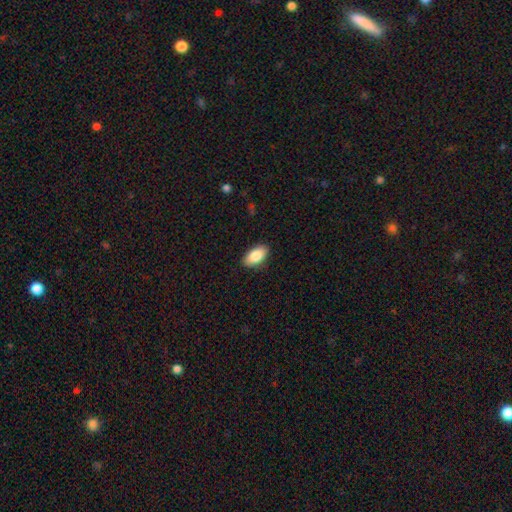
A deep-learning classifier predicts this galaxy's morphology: Smooth or featured?
  - smooth: 85% *
  - featured or disk: 8%
  - star or artifact: 6%
How rounded?
  - in between: 94% *
  - round: 3%
  - cigar-shaped: 3%
Merging?
  - none: 88% *
  - minor disturbance: 9%
  - major disturbance: 2%
  - merger: 1%